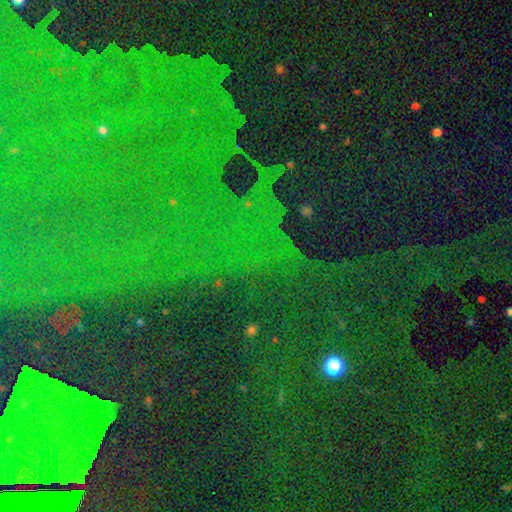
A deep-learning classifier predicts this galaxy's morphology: smooth-or-featured: star or artifact: 83% | featured or disk: 8% | smooth: 8%